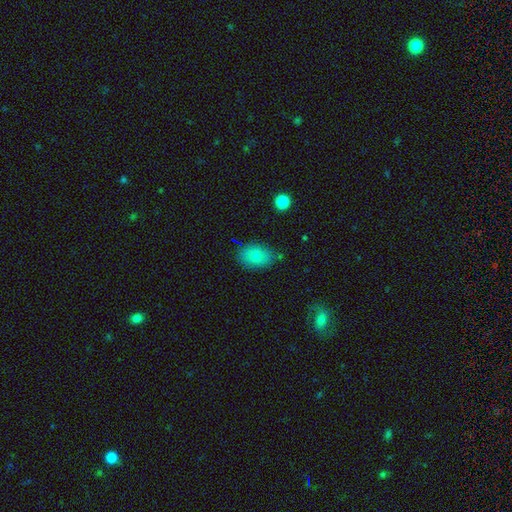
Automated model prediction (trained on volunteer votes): smooth_or_featured: smooth (p=0.75) [alt: featured or disk p=0.15]
how_rounded: in between (p=0.80) [alt: round p=0.19]
merging: none (p=0.78) [alt: minor disturbance p=0.16]